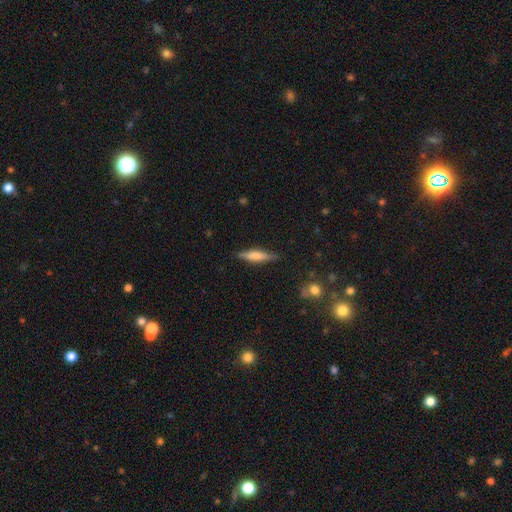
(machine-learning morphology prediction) smooth_or_featured: smooth (p=0.51) [alt: featured or disk p=0.43]
how_rounded: cigar-shaped (p=0.82) [alt: in between p=0.16]
merging: none (p=0.86) [alt: minor disturbance p=0.11]